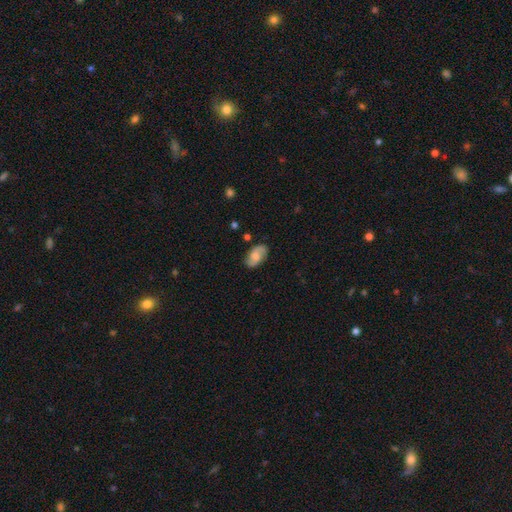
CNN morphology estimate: Smooth or featured? featured or disk (55%)
Edge-on disk? no (96%)
Bar? no (58%)
Spiral arms? yes (92%)
Bulge size? moderate (35%)
Merging? none (81%)